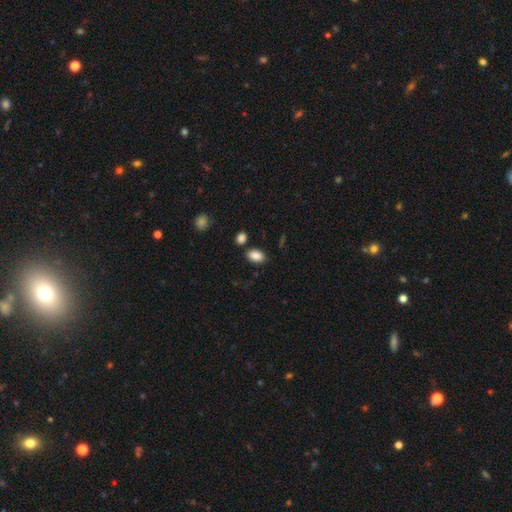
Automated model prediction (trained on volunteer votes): The model was most divided on "merging": none: 81%, minor disturbance: 11%, merger: 6%, major disturbance: 3%. More confident: how rounded — in between (88%); smooth or featured — smooth (88%).